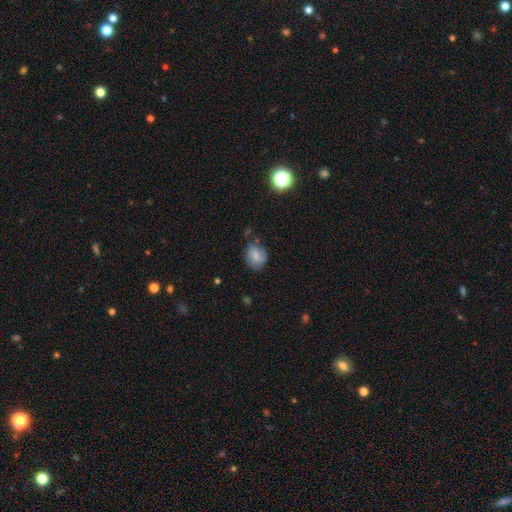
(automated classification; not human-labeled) smooth-or-featured: smooth: 71% | featured or disk: 20% | star or artifact: 10%
  how-rounded: round: 50% | in between: 49% | cigar-shaped: 1%
  merging: none: 62% | minor disturbance: 27% | major disturbance: 7% | merger: 4%